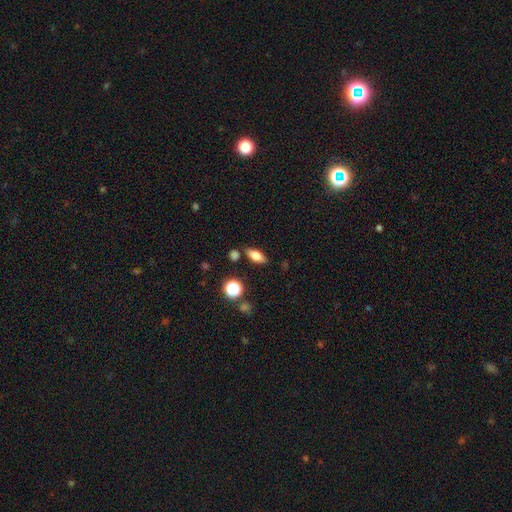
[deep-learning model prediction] smooth_or_featured: smooth (p=0.64) [alt: featured or disk p=0.25]
how_rounded: in between (p=0.71) [alt: cigar-shaped p=0.20]
merging: none (p=0.82) [alt: minor disturbance p=0.11]